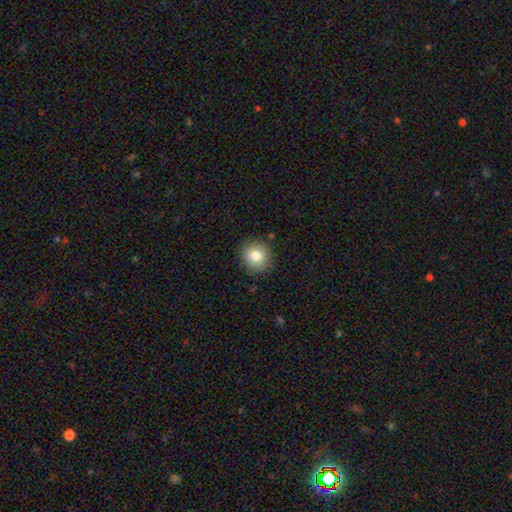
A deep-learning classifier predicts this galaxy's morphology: A smooth galaxy with no disk features (81%) that is round (92%).

Vote fractions:
- Smooth or featured? smooth: 81% / star or artifact: 10% / featured or disk: 9%
- How rounded? round: 92% / in between: 7% / cigar-shaped: 1%
- Merging? none: 89% / minor disturbance: 8% / major disturbance: 2% / merger: 1%